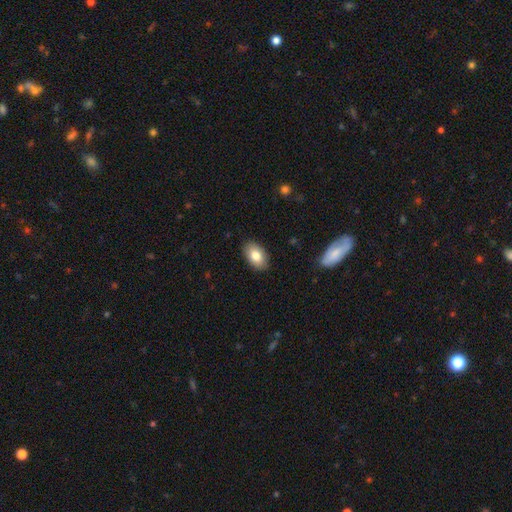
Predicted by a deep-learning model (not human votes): Overall: smooth (81%). How rounded: in between (92%). Merging: none (88%).